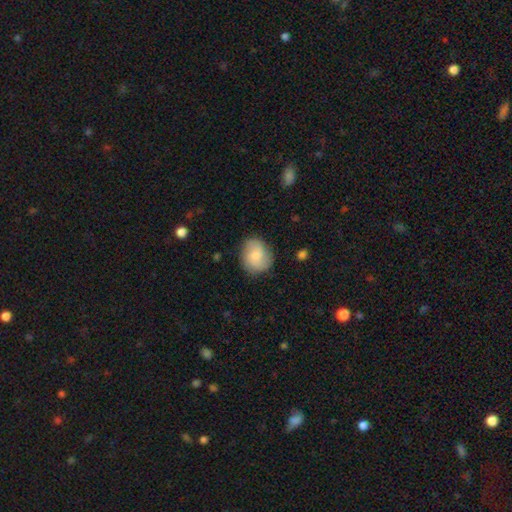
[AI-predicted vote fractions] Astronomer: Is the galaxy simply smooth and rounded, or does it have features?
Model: smooth — 71%.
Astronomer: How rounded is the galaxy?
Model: round — 69%.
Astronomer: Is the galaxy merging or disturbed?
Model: none — 78%.